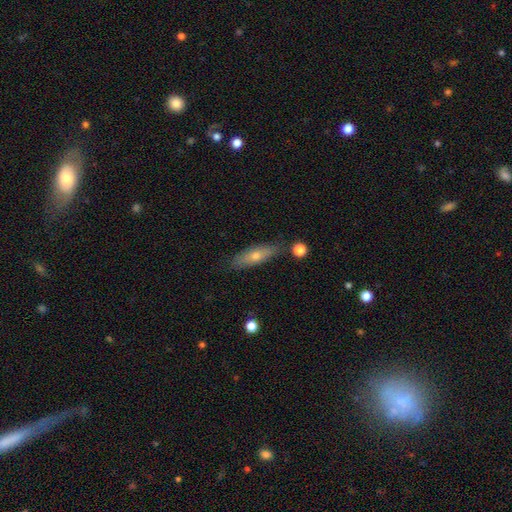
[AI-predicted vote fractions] Smooth or featured?
  - smooth: 57% *
  - featured or disk: 35%
  - star or artifact: 7%
How rounded?
  - cigar-shaped: 62% *
  - in between: 35%
  - round: 3%
Merging?
  - none: 81% *
  - minor disturbance: 13%
  - merger: 3%
  - major disturbance: 3%